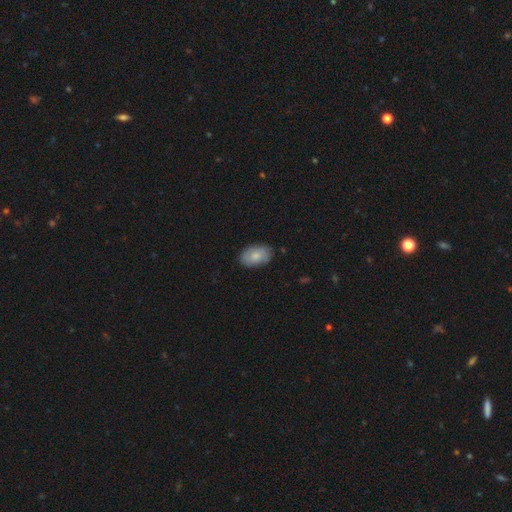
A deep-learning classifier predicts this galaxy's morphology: Overall: smooth (78%). How rounded: in between (91%). Merging: none (82%).